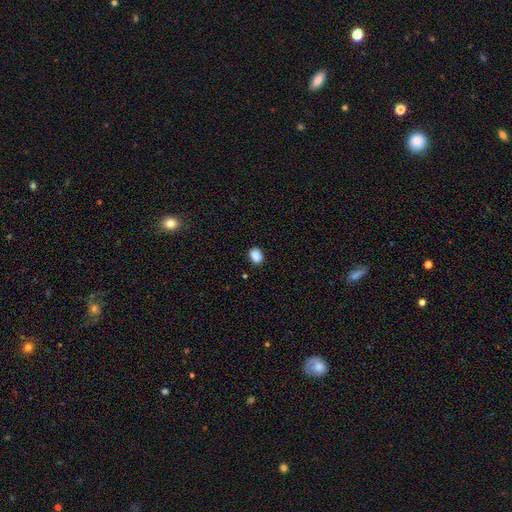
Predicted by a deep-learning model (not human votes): A smooth galaxy with no disk features (88%) that is in between round and cigar-shaped (60%).

Vote fractions:
- Smooth or featured? smooth: 88% / star or artifact: 9% / featured or disk: 3%
- How rounded? in between: 60% / round: 39% / cigar-shaped: 1%
- Merging? none: 84% / minor disturbance: 12% / major disturbance: 2% / merger: 2%